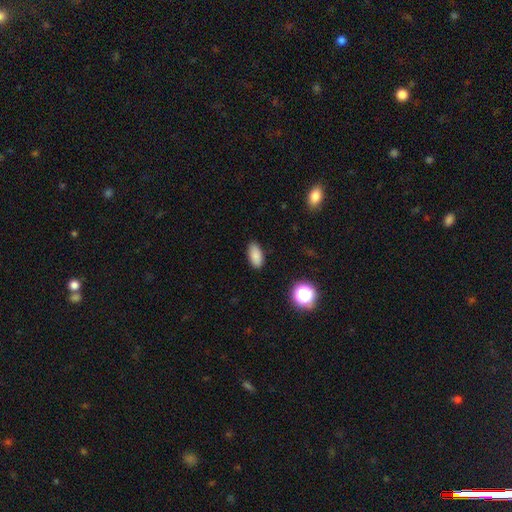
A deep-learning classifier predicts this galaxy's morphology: Smooth or featured: smooth — 85% (star or artifact — 10%)
How rounded: in between — 90% (cigar-shaped — 6%)
Merging: none — 87% (minor disturbance — 10%)